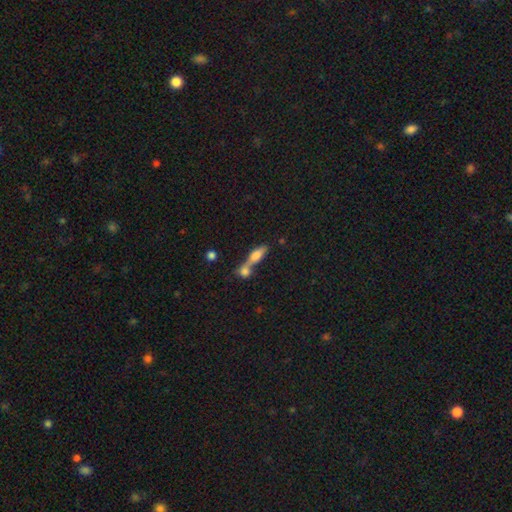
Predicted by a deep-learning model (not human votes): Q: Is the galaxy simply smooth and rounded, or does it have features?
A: smooth — 73%.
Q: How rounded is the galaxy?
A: in between — 58%.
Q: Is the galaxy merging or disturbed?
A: merger — 67%.